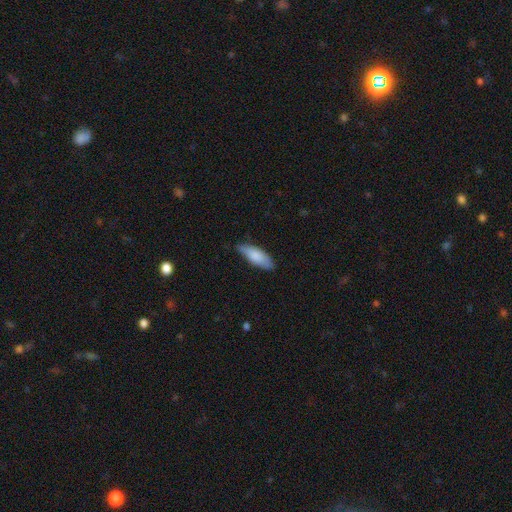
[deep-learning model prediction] This is clearly a smooth galaxy (82%). How rounded: likely in between (66%). Merging: likely none (78%).